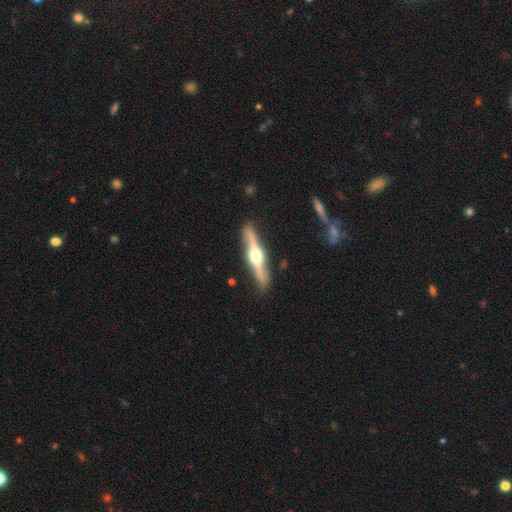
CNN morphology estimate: featured or disk 76%, smooth 20%, star or artifact 4%. Down the decision tree: edge-on disk — yes (95%); edge-on bulge — rounded (94%); merging — none (87%).